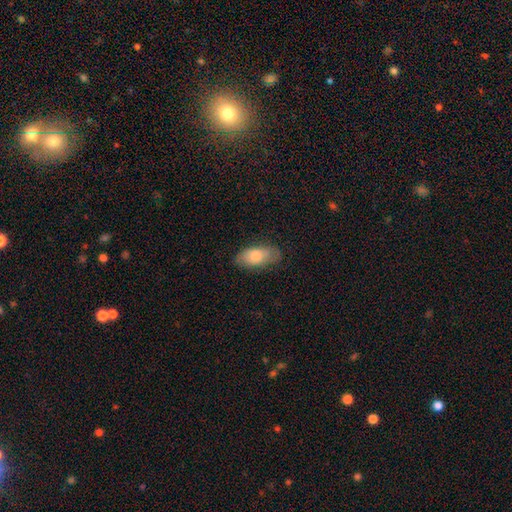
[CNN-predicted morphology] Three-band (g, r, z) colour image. It shows a smooth galaxy with no disk features (70%) that is in between round and cigar-shaped (89%). Merging: none (78%).